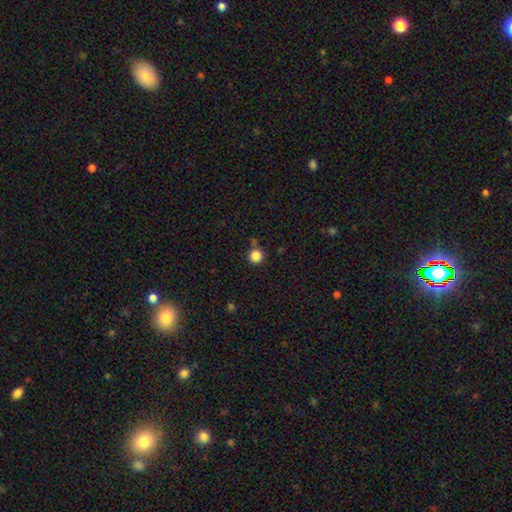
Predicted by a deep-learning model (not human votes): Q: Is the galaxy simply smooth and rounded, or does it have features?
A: smooth — 86%.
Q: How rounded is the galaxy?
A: round — 95%.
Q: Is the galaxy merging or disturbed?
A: none — 81%.